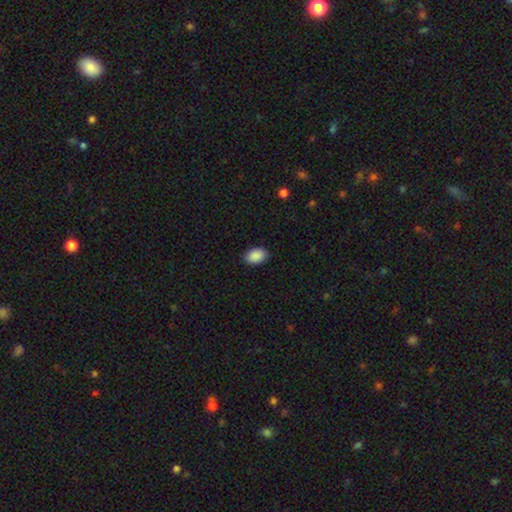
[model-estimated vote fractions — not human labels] Smooth or featured: smooth — 91% (star or artifact — 7%)
How rounded: in between — 89% (round — 10%)
Merging: none — 89% (minor disturbance — 8%)